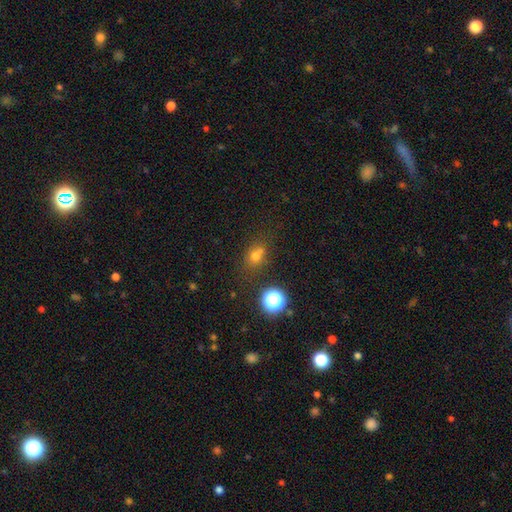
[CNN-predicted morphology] This is likely a smooth galaxy (63%). How rounded: possibly round (58%). Merging: possibly none (60%).